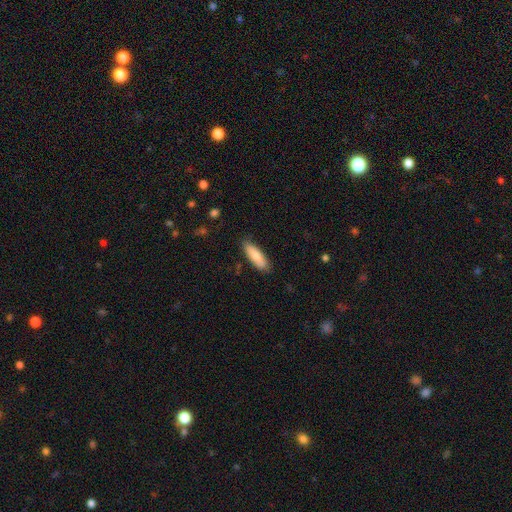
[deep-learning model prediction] Morphology: type=smooth (84%); roundness=cigar-shaped (50%); merging=none (84%).